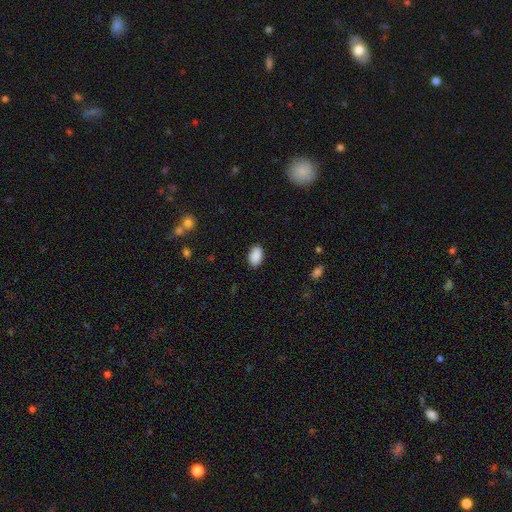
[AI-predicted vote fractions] Morphology: type=smooth (90%); roundness=in between (93%); merging=none (88%).